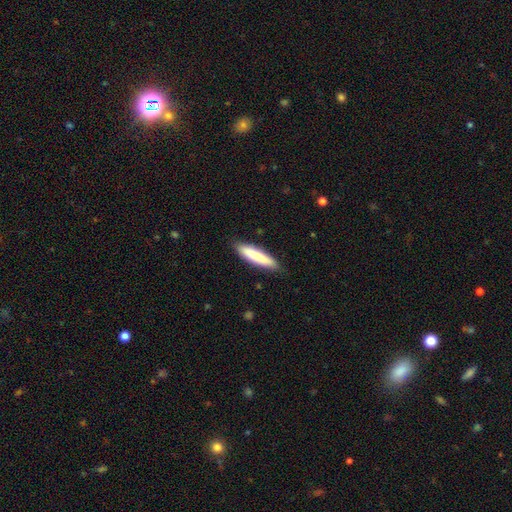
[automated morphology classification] A smooth galaxy with no disk features (83%) that is cigar-shaped (80%). Merging: none (86%).